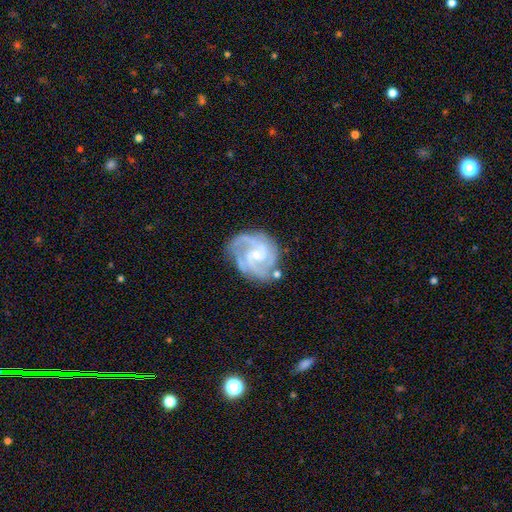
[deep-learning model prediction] The model was most divided on "spiral winding": tight: 47%, medium: 45%, loose: 8%. Remaining: edge-on disk — no (98%); spiral arms — yes (97%); smooth or featured — featured or disk (89%); merging — none (69%); bulge size — small (67%); bar — weak (47%); spiral arm count — 2 (41%).